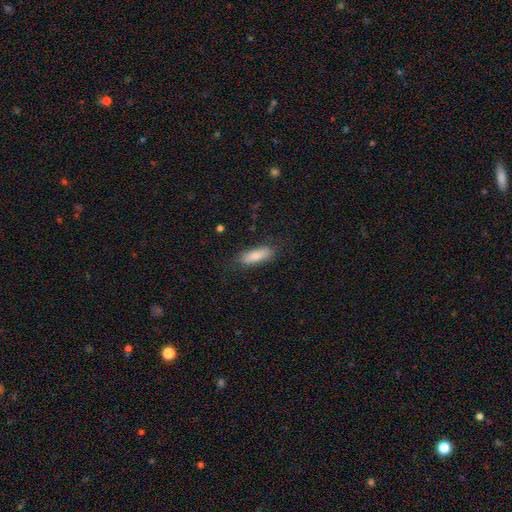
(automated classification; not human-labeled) This appears to be a smooth galaxy with no disk features (83%) that is in between round and cigar-shaped (62%). Merging: none (79%).